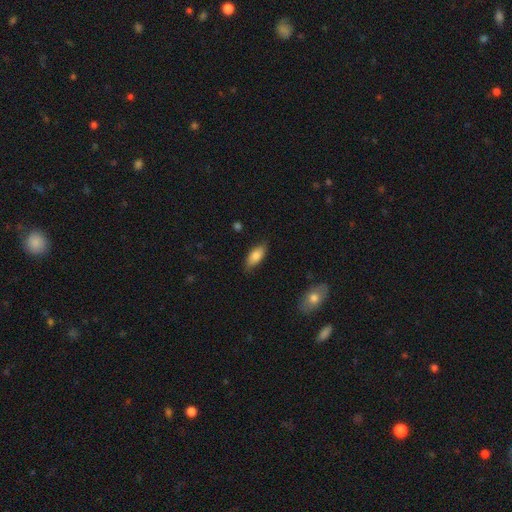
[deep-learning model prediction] Morphology: type=smooth (80%); roundness=in between (87%); merging=none (79%).